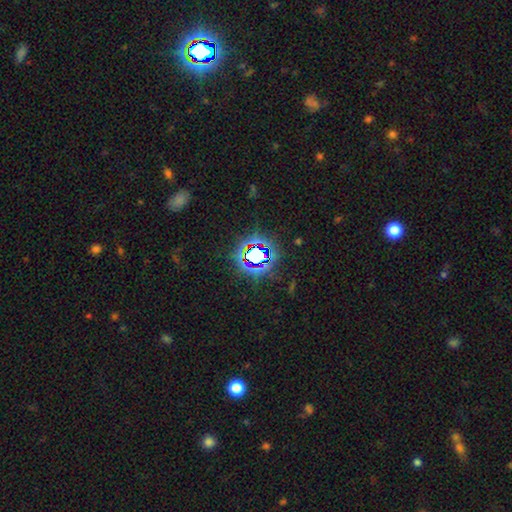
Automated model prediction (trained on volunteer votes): Q: Smooth or featured?
A: star or artifact (73%); runner-up: smooth (17%)